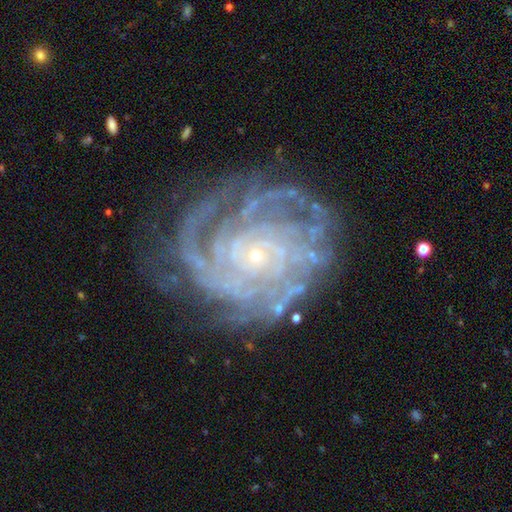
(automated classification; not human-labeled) This is clearly a featured or disk galaxy (88%). It is clearly not viewed edge-on (97%). Bar: likely no (79%). Spiral arm pattern: clearly yes (97%). Spiral arm count: marginally 4 (23%, tied with can't tell). Spiral winding: likely tight (79%). Central bulge: clearly small (88%). Merging: likely none (73%).